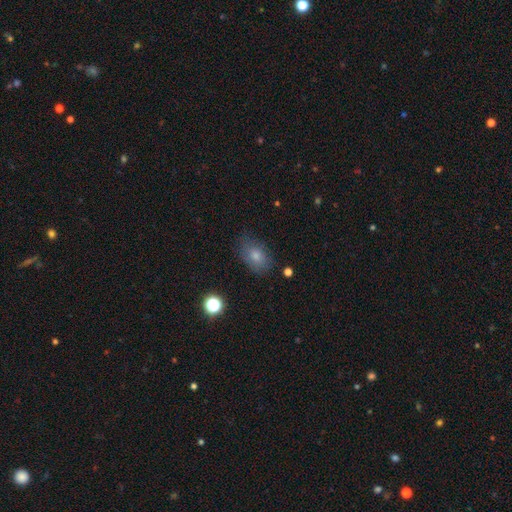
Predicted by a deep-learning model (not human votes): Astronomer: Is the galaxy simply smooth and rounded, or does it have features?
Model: smooth — 69%.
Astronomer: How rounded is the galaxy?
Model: in between — 78%.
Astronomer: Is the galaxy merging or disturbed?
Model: none — 76%.